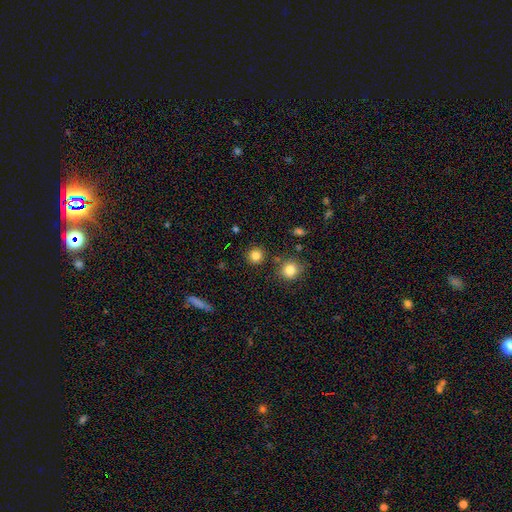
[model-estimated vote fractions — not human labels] The model was most divided on "smooth or featured": smooth: 83%, star or artifact: 12%, featured or disk: 5%. More confident: how rounded — round (92%); merging — none (86%).